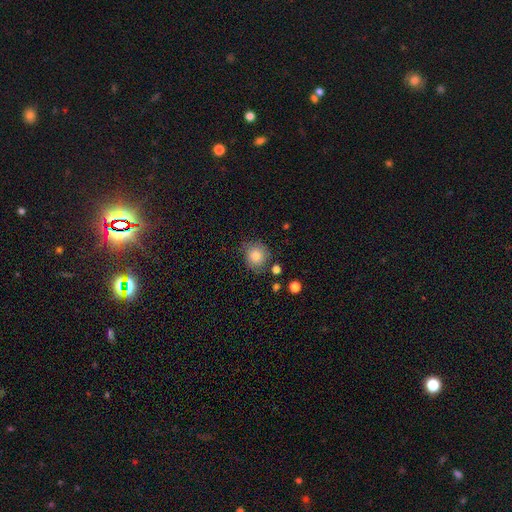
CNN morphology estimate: Q: Smooth or featured?
A: smooth (82%); runner-up: star or artifact (9%)
Q: How rounded?
A: round (83%); runner-up: in between (16%)
Q: Merging?
A: none (73%); runner-up: minor disturbance (19%)